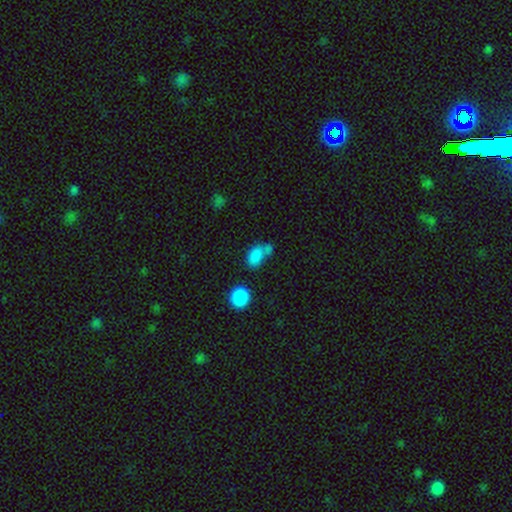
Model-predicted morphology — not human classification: Smooth or featured: smooth — 82% (star or artifact — 11%)
How rounded: in between — 85% (round — 13%)
Merging: none — 40% (merger — 38%)